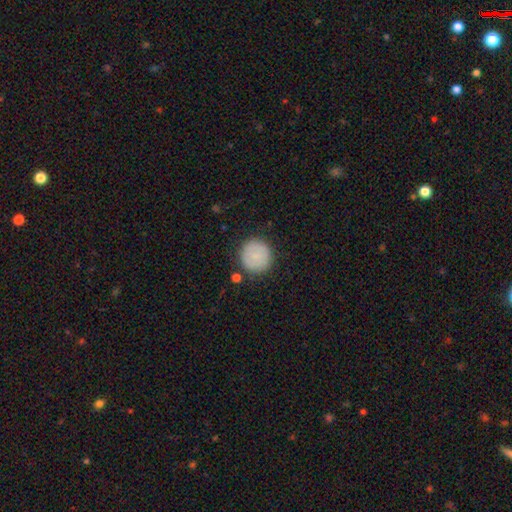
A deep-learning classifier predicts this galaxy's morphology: This appears to be a smooth galaxy with no disk features (81%) that is round (94%). Merging: none (86%).